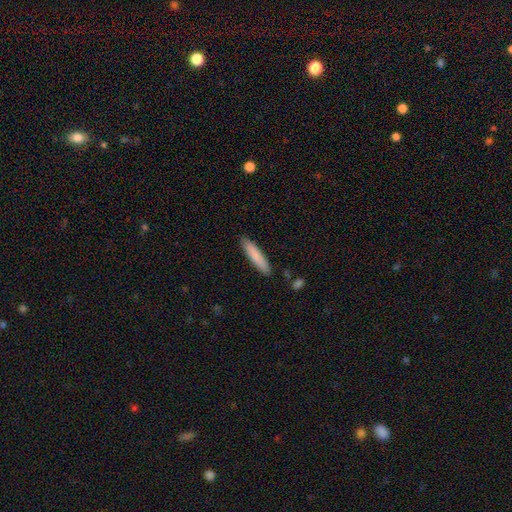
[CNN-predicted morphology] smooth-or-featured: smooth: 82% | featured or disk: 12% | star or artifact: 6%
  how-rounded: cigar-shaped: 88% | in between: 11% | round: 1%
  merging: none: 89% | minor disturbance: 8% | major disturbance: 2% | merger: 2%